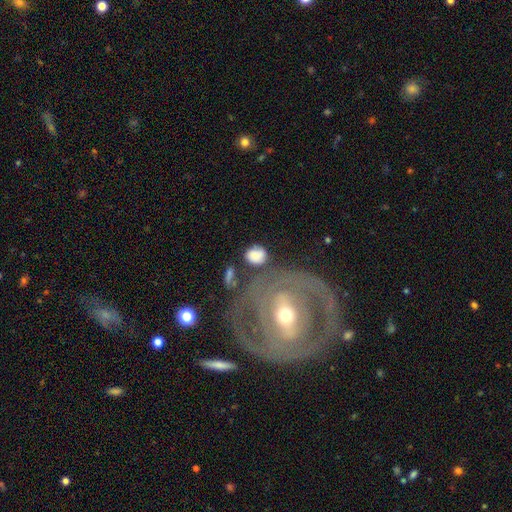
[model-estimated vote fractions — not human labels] A smooth galaxy with no disk features (75%) that is round (51%). Merging: none (54%).